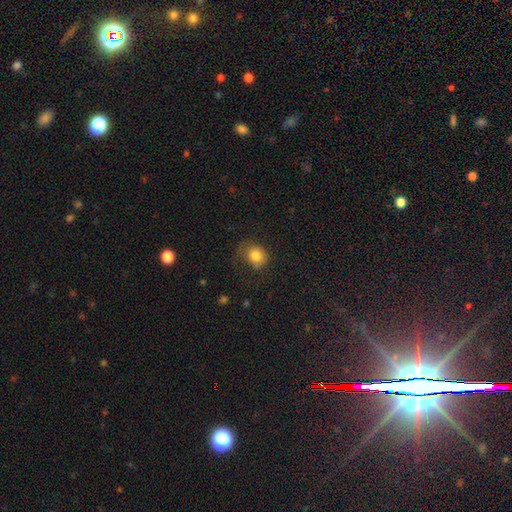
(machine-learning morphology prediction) Smooth or featured? Predicted: smooth (p=0.82). How rounded? Predicted: round (p=0.65). Merging? Predicted: none (p=0.55).